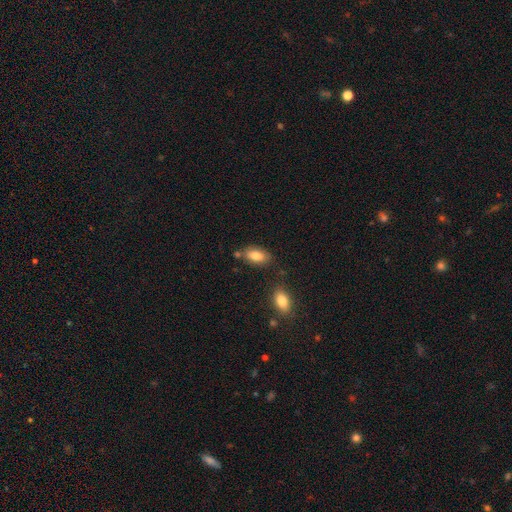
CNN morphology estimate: This is clearly a smooth galaxy (80%). How rounded: clearly in between (91%). Merging: likely none (73%).